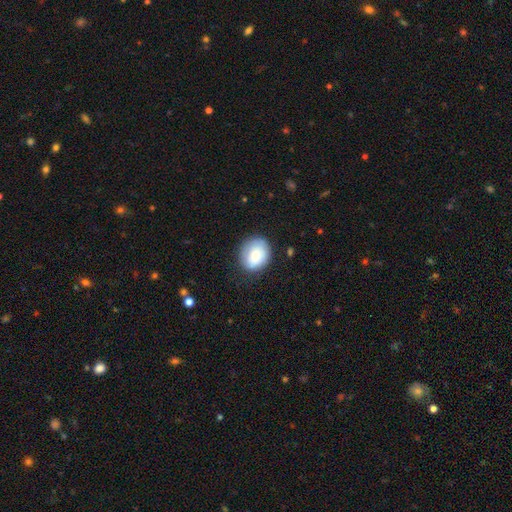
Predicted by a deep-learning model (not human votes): Smooth or featured?
  - smooth: 73% *
  - featured or disk: 19%
  - star or artifact: 7%
How rounded?
  - round: 63% *
  - in between: 36%
  - cigar-shaped: 1%
Merging?
  - none: 77% *
  - minor disturbance: 17%
  - major disturbance: 4%
  - merger: 1%